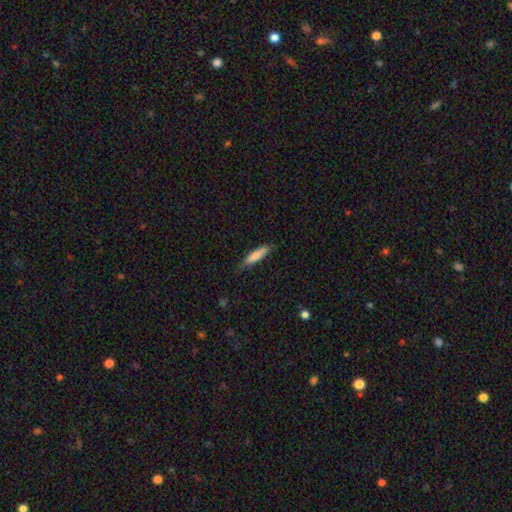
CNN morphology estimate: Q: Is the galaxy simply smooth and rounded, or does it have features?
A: smooth — 78%.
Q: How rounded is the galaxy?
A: cigar-shaped — 77%.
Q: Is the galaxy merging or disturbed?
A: none — 73%.